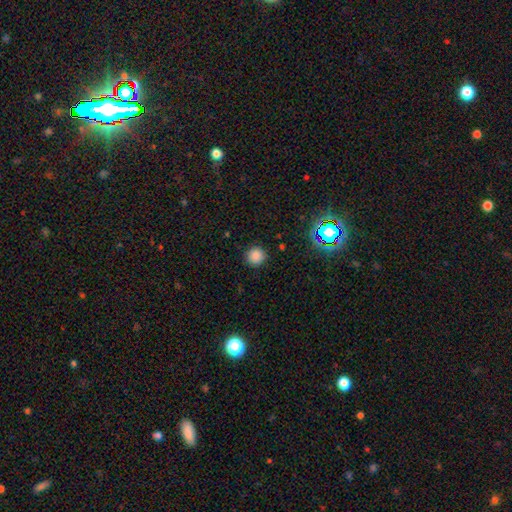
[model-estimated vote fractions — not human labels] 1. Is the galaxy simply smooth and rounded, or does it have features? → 83% smooth, 14% star or artifact, 3% featured or disk.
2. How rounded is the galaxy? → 94% round, 5% in between, 1% cigar-shaped.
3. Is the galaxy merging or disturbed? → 90% none, 6% minor disturbance, 2% major disturbance, 1% merger.